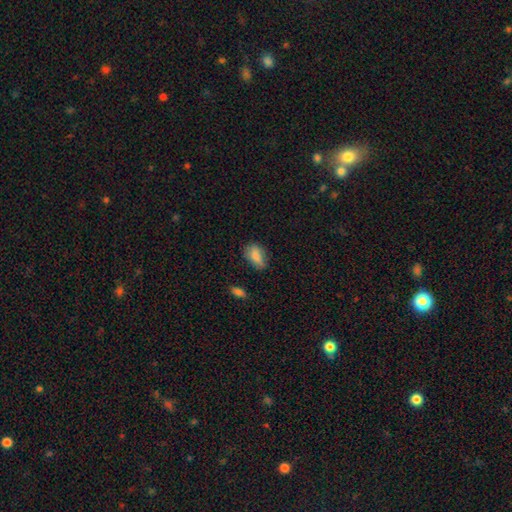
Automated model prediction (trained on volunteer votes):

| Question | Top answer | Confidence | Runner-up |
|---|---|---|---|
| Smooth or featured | smooth | 82% | featured or disk (10%) |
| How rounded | in between | 87% | round (8%) |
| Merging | none | 66% | minor disturbance (26%) |